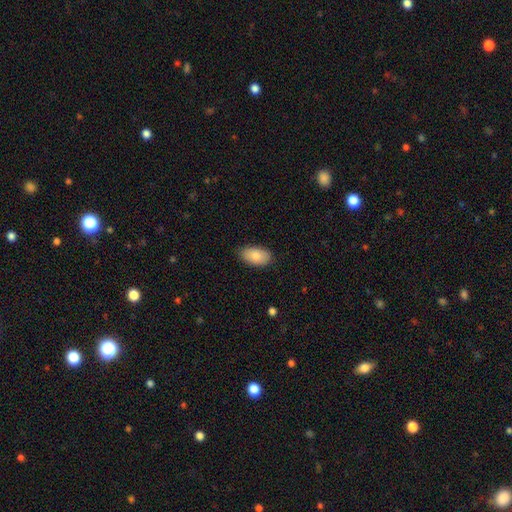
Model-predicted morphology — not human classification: This appears to be a smooth galaxy with no disk features (84%) that is in between round and cigar-shaped (94%). Merging: none (84%).